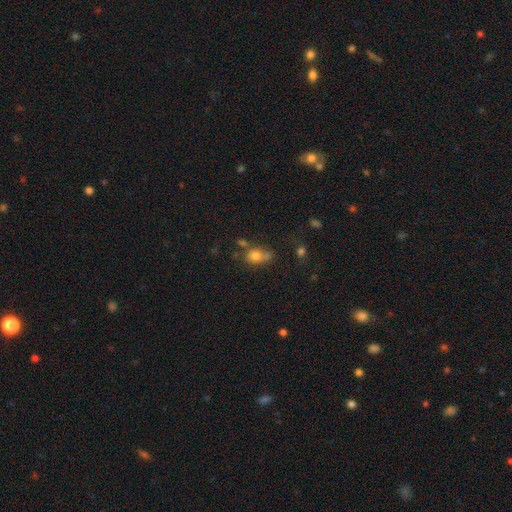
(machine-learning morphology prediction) Overall: smooth (77%). How rounded: in between (54%; round 44%). Merging: none (42%; merger 23%).